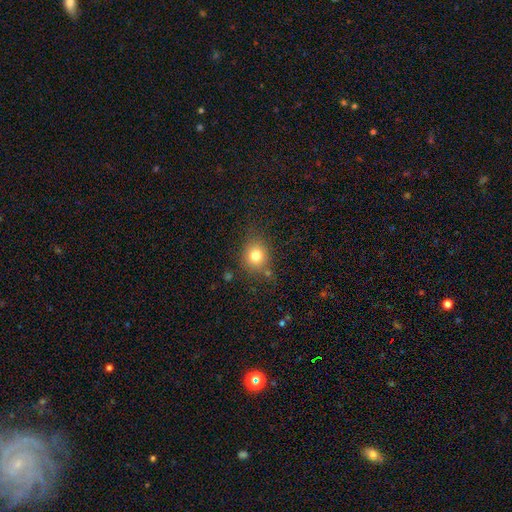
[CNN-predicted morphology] smooth 79%, star or artifact 12%, featured or disk 9%. Down the decision tree: how rounded — round (72%); merging — none (74%).